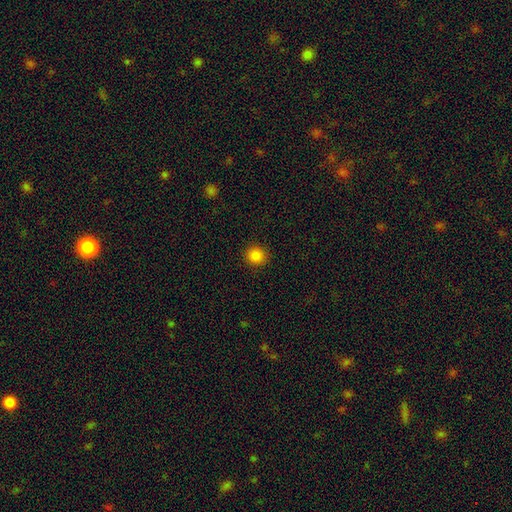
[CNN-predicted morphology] Smooth or featured? Predicted: smooth (p=0.85). How rounded? Predicted: round (p=0.90). Merging? Predicted: none (p=0.91).